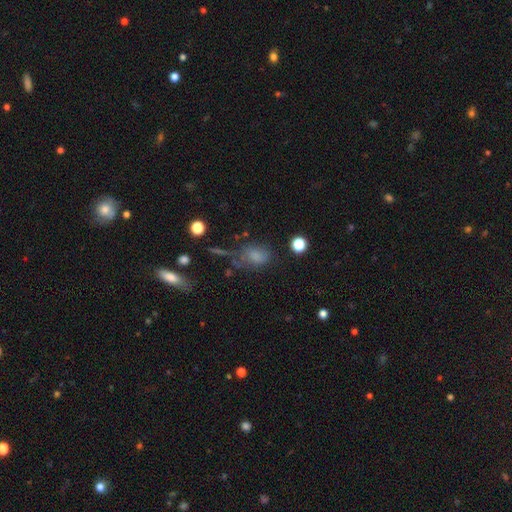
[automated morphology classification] Q: Smooth or featured?
A: smooth (72%); runner-up: star or artifact (16%)
Q: How rounded?
A: in between (70%); runner-up: round (28%)
Q: Merging?
A: none (48%); runner-up: minor disturbance (25%)